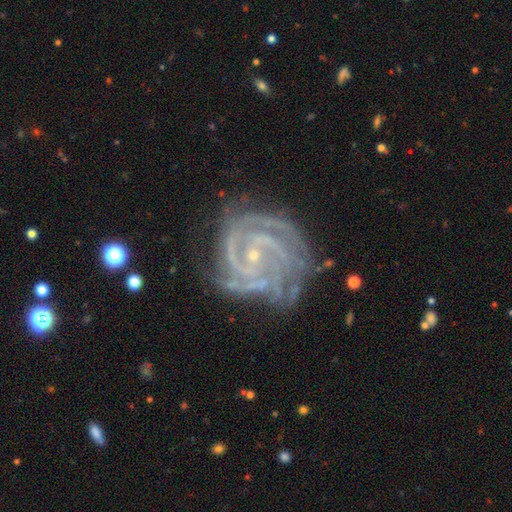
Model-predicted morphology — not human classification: Smooth or featured?
  - featured or disk: 92% *
  - star or artifact: 5%
  - smooth: 3%
Edge-on disk?
  - no: 98% *
  - yes: 2%
Bar?
  - no: 54% *
  - weak: 30%
  - strong: 15%
Spiral arms?
  - yes: 99% *
  - no: 1%
Spiral winding?
  - tight: 76% *
  - medium: 22%
  - loose: 2%
Spiral arm count?
  - 3: 32% *
  - 4: 23%
  - 2: 18%
  - can't tell: 12%
  - more than 4: 9%
  - 1: 7%
Bulge size?
  - small: 84% *
  - moderate: 12%
  - none: 2%
  - large: 1%
  - dominant: 1%
Merging?
  - none: 70% *
  - minor disturbance: 20%
  - major disturbance: 8%
  - merger: 2%